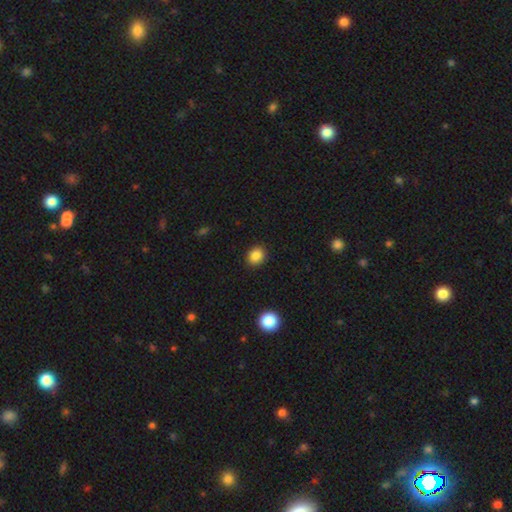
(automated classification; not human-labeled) Morphology: type=smooth (86%); roundness=round (68%); merging=none (90%).